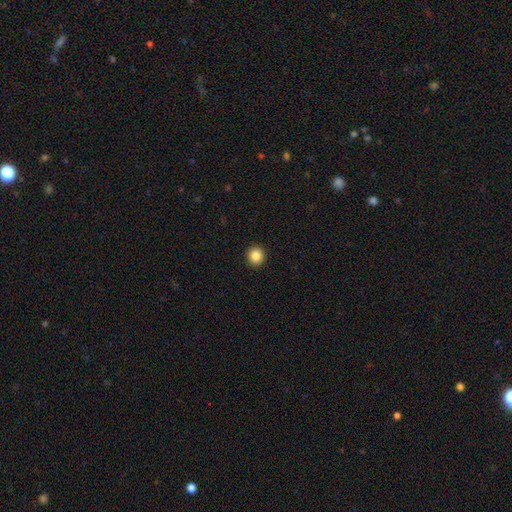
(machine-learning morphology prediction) smooth 85%, star or artifact 10%, featured or disk 5%. Down the decision tree: how rounded — round (92%); merging — none (93%).